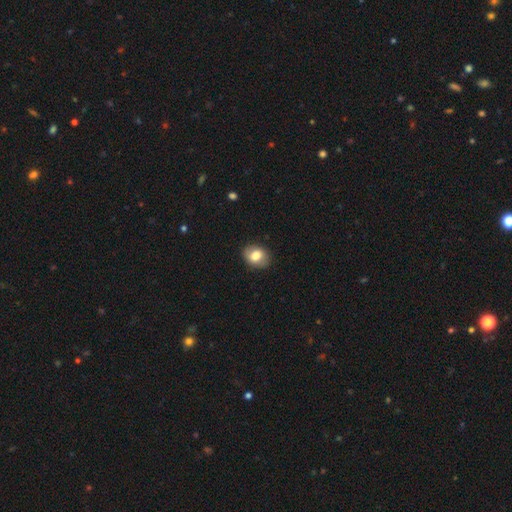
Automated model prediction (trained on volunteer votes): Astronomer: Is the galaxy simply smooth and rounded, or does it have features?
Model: smooth — 77%.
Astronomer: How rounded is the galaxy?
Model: in between — 57% (runner-up: round, 42%).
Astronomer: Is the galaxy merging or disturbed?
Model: none — 85%.